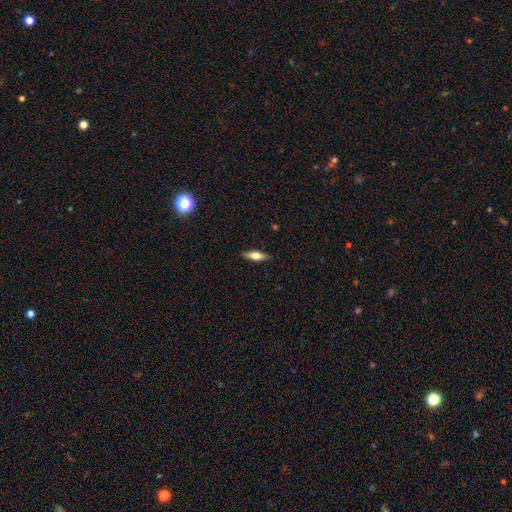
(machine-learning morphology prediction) type=smooth (62%); roundness=in between (52%); merging=none (88%).